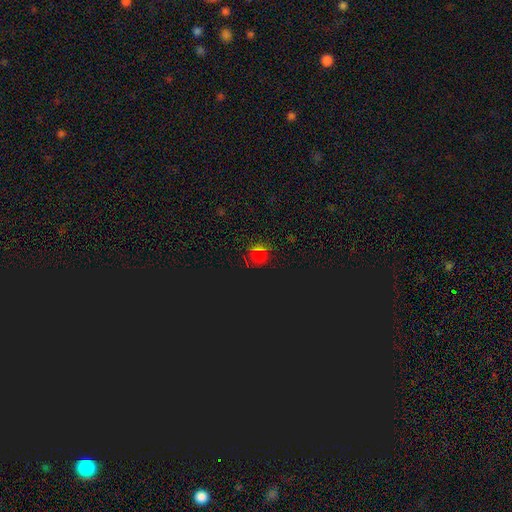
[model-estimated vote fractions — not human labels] A star or artifact, not a galaxy (65%).